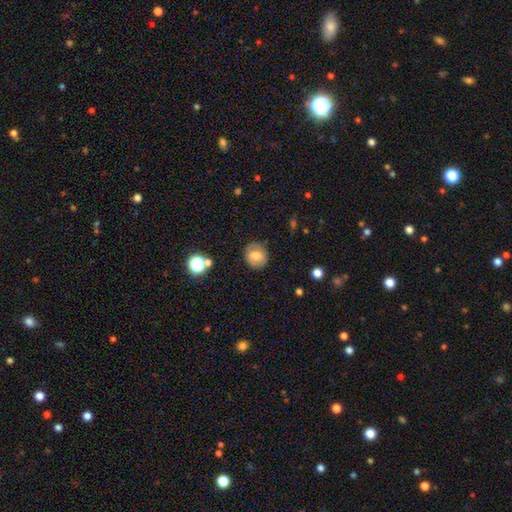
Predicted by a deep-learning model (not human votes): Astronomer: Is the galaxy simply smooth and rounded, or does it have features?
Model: smooth — 62%.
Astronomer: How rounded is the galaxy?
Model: round — 74%.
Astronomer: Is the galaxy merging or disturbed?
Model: none — 81%.